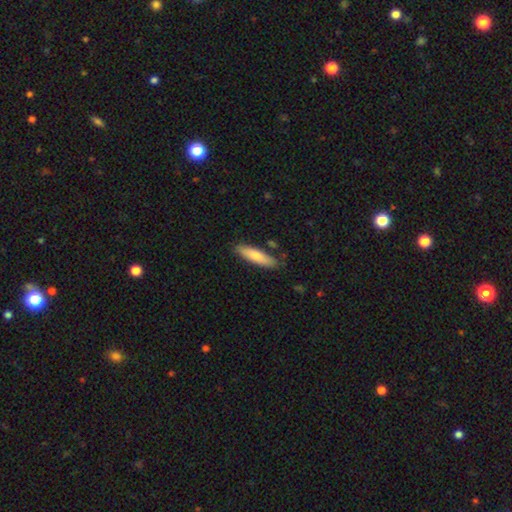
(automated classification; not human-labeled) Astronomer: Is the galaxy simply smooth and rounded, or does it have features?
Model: smooth — 76%.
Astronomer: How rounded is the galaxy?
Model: cigar-shaped — 70%.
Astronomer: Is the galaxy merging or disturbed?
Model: none — 83%.